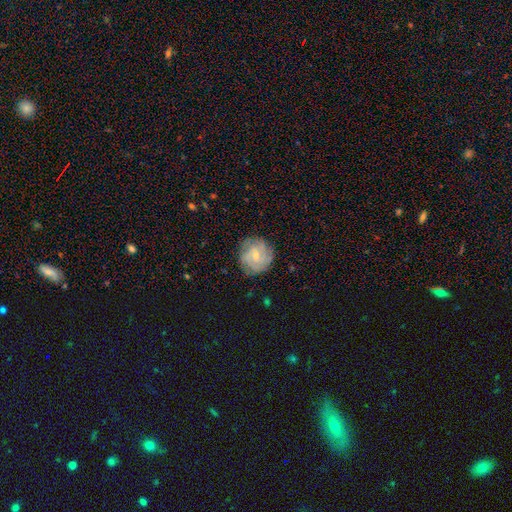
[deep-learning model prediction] Smooth or featured: featured or disk — 67% (smooth — 26%)
Edge-on disk: no — 98% (yes — 2%)
Bar: no — 57% (weak — 37%)
Spiral arms: yes — 90% (no — 10%)
Spiral winding: tight — 62% (medium — 29%)
Spiral arm count: can't tell — 40% (3 — 20%)
Bulge size: small — 65% (moderate — 31%)
Merging: none — 80% (minor disturbance — 14%)